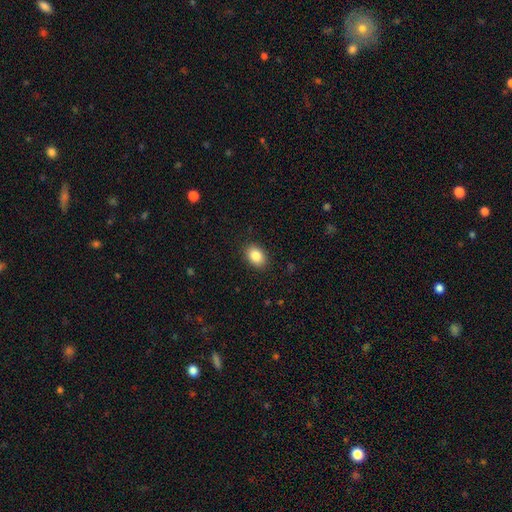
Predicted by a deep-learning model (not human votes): Overall: smooth (86%). How rounded: in between (75%). Merging: none (89%).